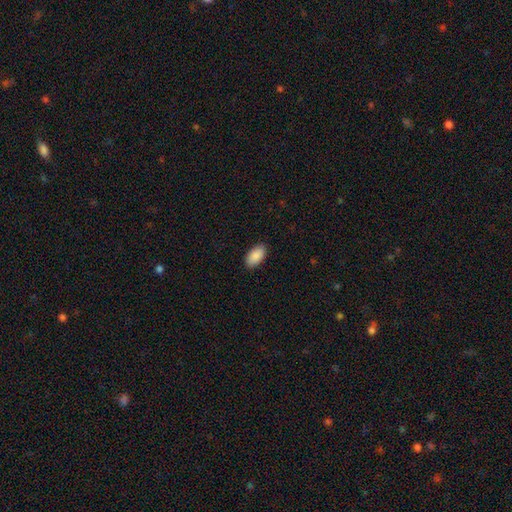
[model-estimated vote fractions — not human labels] smooth-or-featured: smooth: 90% | star or artifact: 6% | featured or disk: 3%
  how-rounded: in between: 95% | round: 2% | cigar-shaped: 2%
  merging: none: 89% | minor disturbance: 8% | major disturbance: 2% | merger: 1%